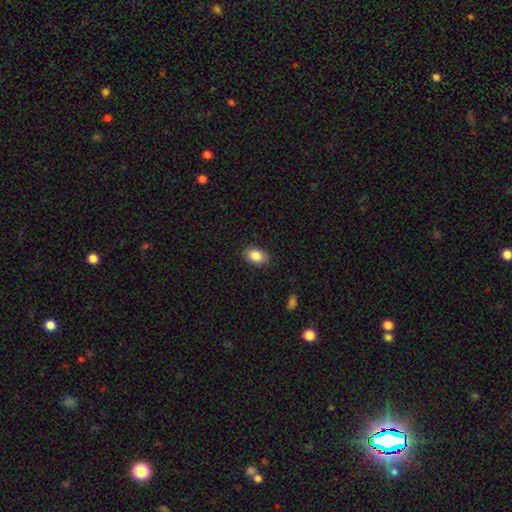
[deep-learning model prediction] Overall: smooth (86%). How rounded: in between (88%). Merging: none (88%).